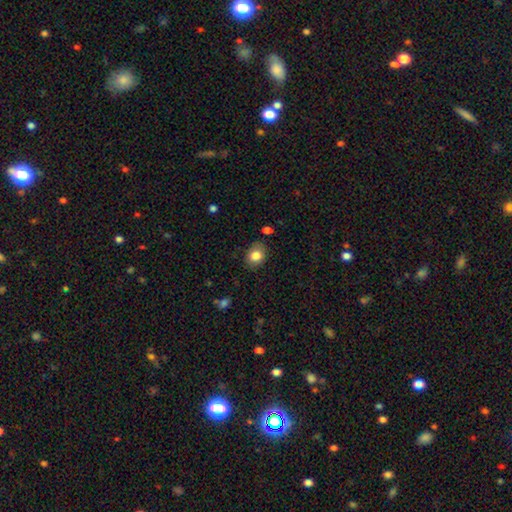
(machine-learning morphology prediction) A smooth galaxy with no disk features (82%) that is in between round and cigar-shaped (53%). Merging: none (81%).